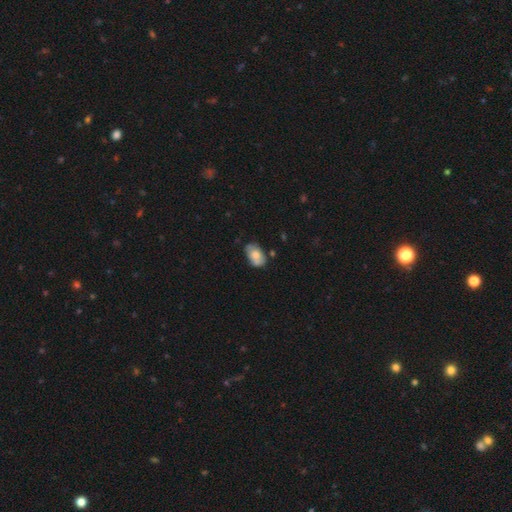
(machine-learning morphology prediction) smooth-or-featured: smooth: 67% | featured or disk: 25% | star or artifact: 7%
  how-rounded: in between: 90% | round: 9% | cigar-shaped: 1%
  merging: none: 58% | minor disturbance: 30% | major disturbance: 7% | merger: 5%